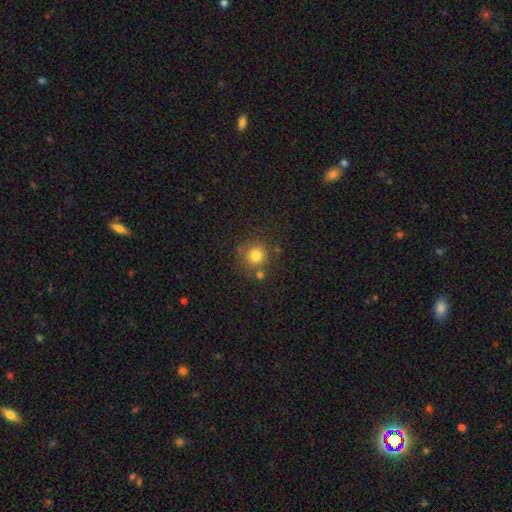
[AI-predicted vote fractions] This is likely a smooth galaxy (79%). How rounded: clearly round (92%). Merging: likely none (71%).